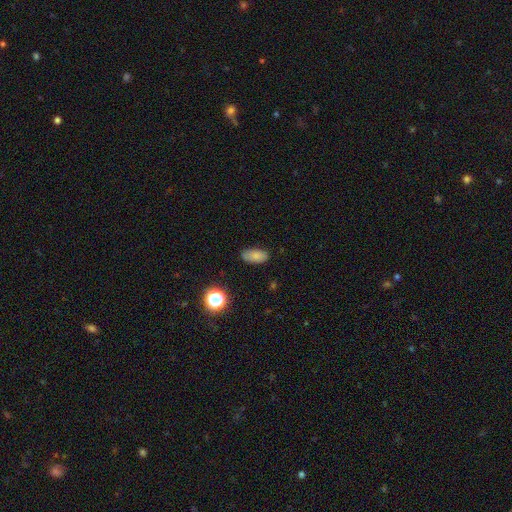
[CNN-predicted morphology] This is clearly a smooth galaxy (81%). How rounded: clearly in between (91%). Merging: clearly none (81%).